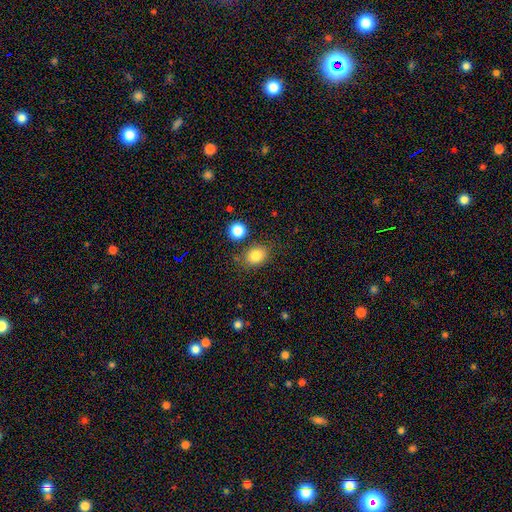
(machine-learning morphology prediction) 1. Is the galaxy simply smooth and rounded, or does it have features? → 83% smooth, 10% star or artifact, 7% featured or disk.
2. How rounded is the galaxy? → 53% in between, 46% round, 1% cigar-shaped.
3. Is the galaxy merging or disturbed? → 74% none, 14% minor disturbance, 8% merger, 4% major disturbance.